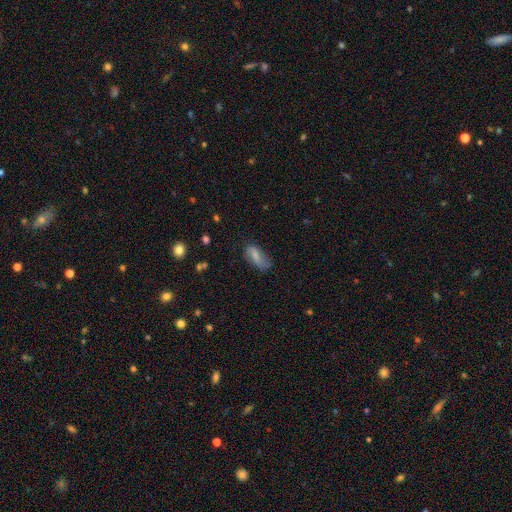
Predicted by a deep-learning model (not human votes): smooth-or-featured: smooth: 69% | featured or disk: 23% | star or artifact: 8%
  how-rounded: in between: 84% | cigar-shaped: 12% | round: 3%
  merging: none: 56% | minor disturbance: 30% | major disturbance: 11% | merger: 2%